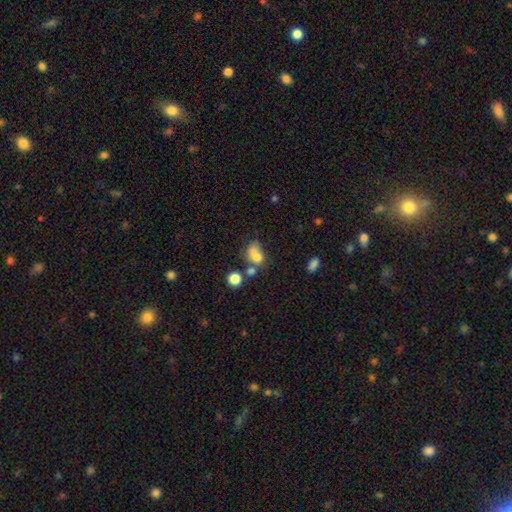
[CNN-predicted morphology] The model was most divided on "merging": merger: 38%, none: 27%, major disturbance: 18%, minor disturbance: 18%. More confident: smooth or featured — smooth (70%); how rounded — in between (59%).